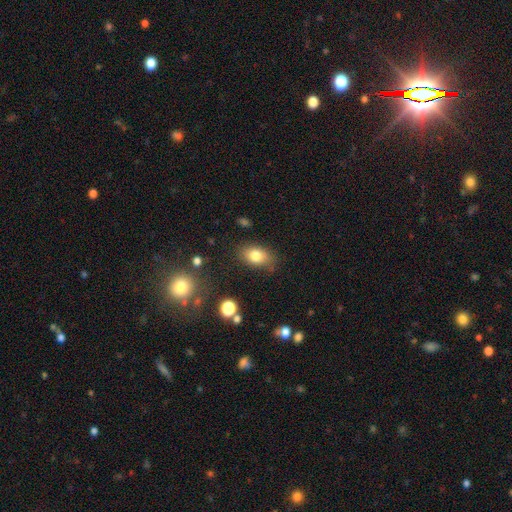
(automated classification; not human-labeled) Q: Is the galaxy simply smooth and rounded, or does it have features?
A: smooth — 79%.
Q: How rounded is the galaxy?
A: in between — 84%.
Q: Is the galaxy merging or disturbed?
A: none — 74%.